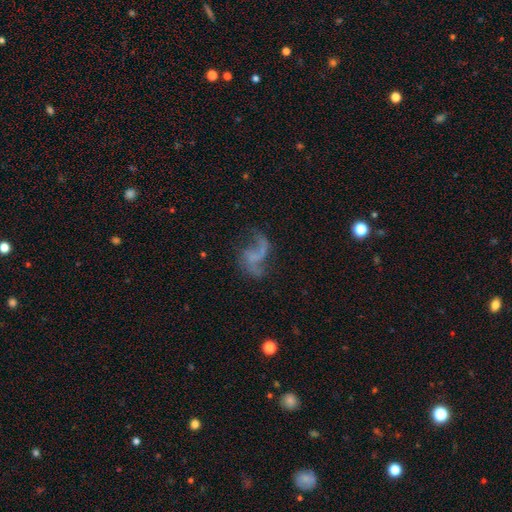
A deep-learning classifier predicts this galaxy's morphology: Smooth or featured? Predicted: featured or disk (p=0.74). Edge-on disk? Predicted: no (p=0.98). Bar? Predicted: no (p=0.62). Spiral arms? Predicted: yes (p=0.83). Spiral winding? Predicted: loose (p=0.83). Spiral arm count? Predicted: 2 (p=0.74). Bulge size? Predicted: none (p=0.73). Merging? Predicted: none (p=0.49).